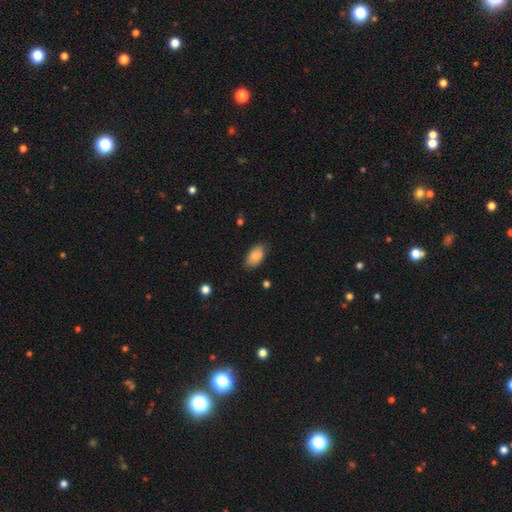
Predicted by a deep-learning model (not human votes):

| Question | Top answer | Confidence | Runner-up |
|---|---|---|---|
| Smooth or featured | smooth | 84% | featured or disk (9%) |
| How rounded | in between | 93% | round (4%) |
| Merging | none | 78% | minor disturbance (17%) |